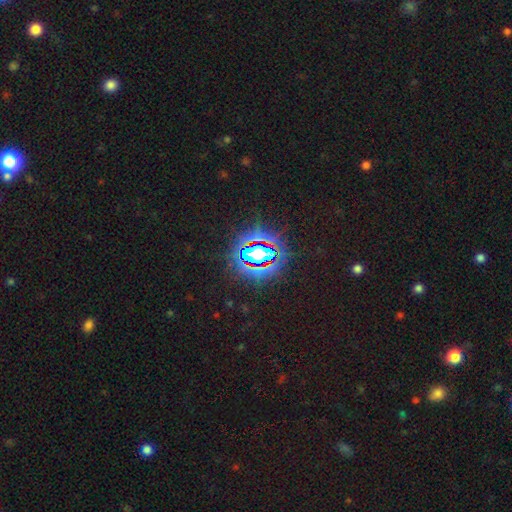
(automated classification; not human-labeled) A star or artifact, not a galaxy (82%).

Vote fractions:
- Smooth or featured? star or artifact: 82% / smooth: 10% / featured or disk: 7%